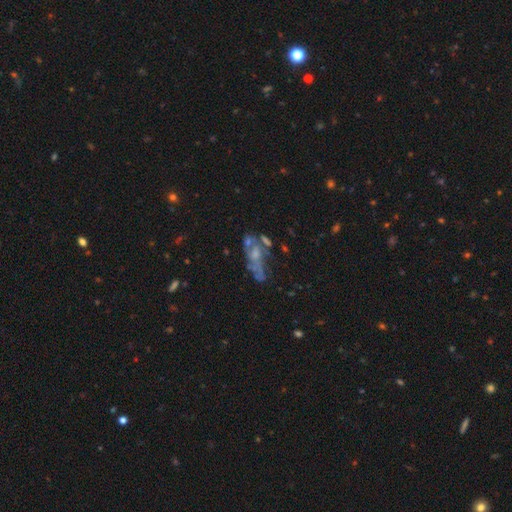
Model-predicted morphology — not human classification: smooth_or_featured: featured or disk (p=0.58) [alt: smooth p=0.24]
disk_edge_on: no (p=0.85) [alt: yes p=0.15]
merging: none (p=0.37) [alt: major disturbance p=0.23]